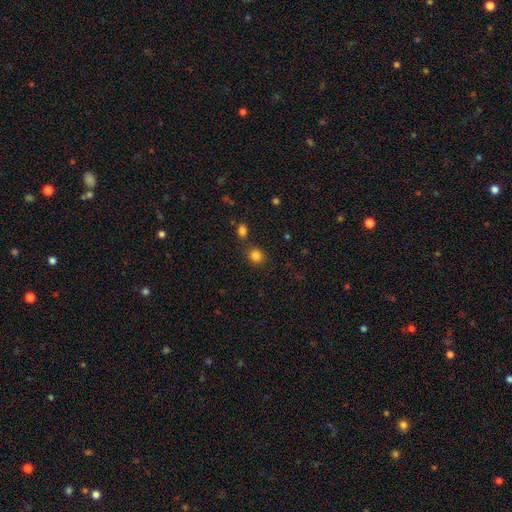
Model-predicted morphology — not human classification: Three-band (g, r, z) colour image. It shows a smooth galaxy with no disk features (84%) that is round (74%). Merging: none (77%).